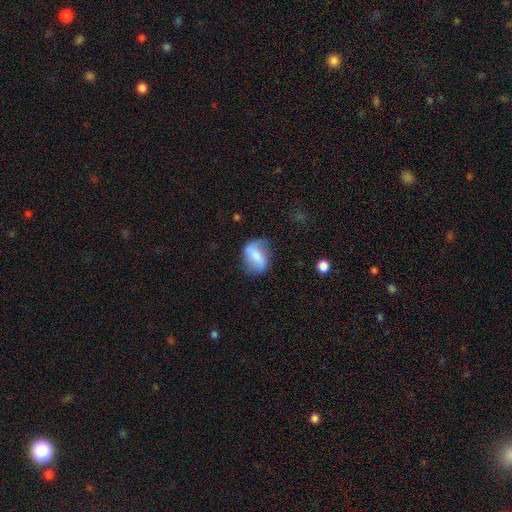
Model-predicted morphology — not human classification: This is possibly a smooth galaxy (58%). How rounded: likely in between (79%). Merging: possibly none (55%).